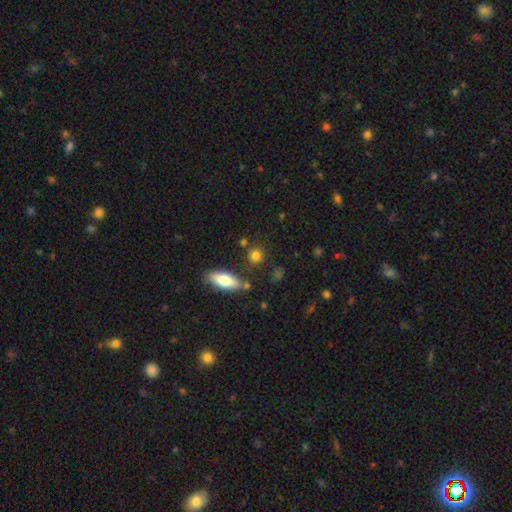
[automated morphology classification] type=smooth (81%); roundness=round (70%); merging=none (77%).